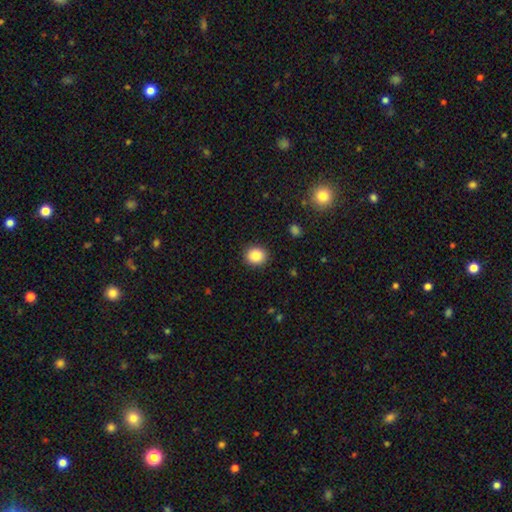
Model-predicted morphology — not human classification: smooth-or-featured: smooth: 87% | star or artifact: 9% | featured or disk: 4%
  how-rounded: round: 73% | in between: 27% | cigar-shaped: 1%
  merging: none: 90% | minor disturbance: 6% | major disturbance: 2% | merger: 1%